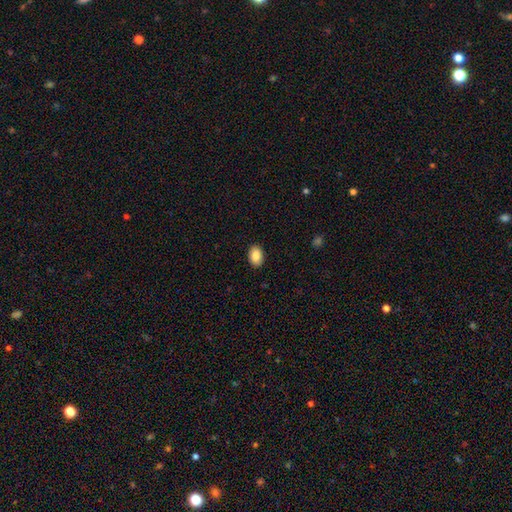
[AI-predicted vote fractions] Smooth or featured: smooth — 89% (star or artifact — 7%)
How rounded: in between — 87% (round — 12%)
Merging: none — 90% (minor disturbance — 7%)